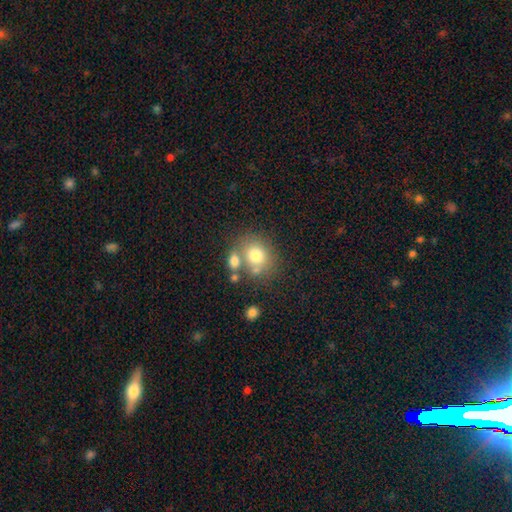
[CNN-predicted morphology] type=smooth (74%); roundness=round (66%); merging=none (54%).